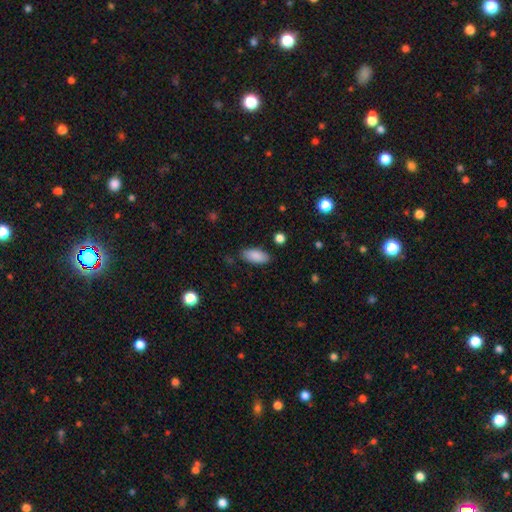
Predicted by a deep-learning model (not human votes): smooth_or_featured: smooth (p=0.88) [alt: star or artifact p=0.07]
how_rounded: in between (p=0.88) [alt: cigar-shaped p=0.10]
merging: none (p=0.83) [alt: minor disturbance p=0.12]